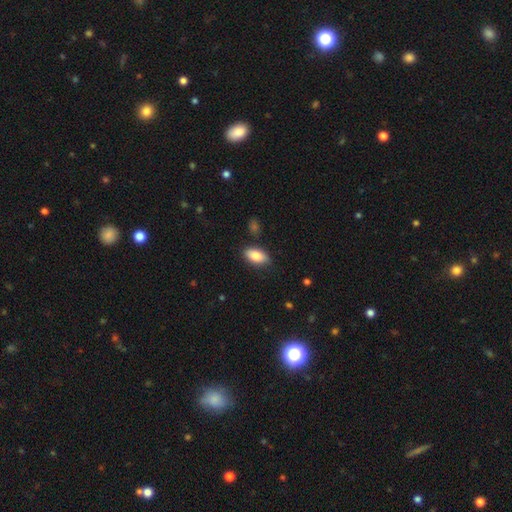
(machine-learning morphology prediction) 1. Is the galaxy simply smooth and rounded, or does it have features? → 84% smooth, 9% featured or disk, 7% star or artifact.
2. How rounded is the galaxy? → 91% in between, 5% cigar-shaped, 4% round.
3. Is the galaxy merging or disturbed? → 84% none, 12% minor disturbance, 2% major disturbance, 2% merger.